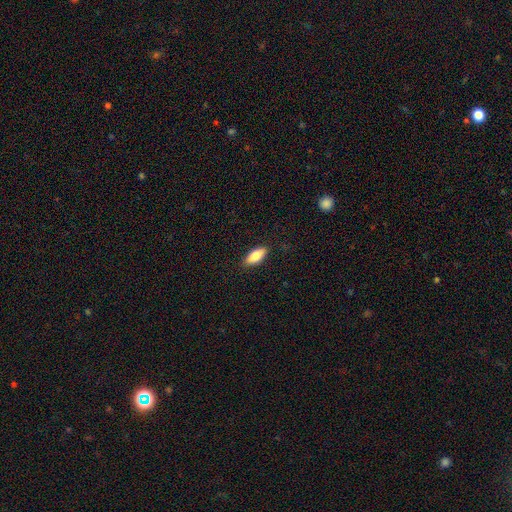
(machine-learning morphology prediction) A smooth galaxy with no disk features (78%) that is in between round and cigar-shaped (81%).

Vote fractions:
- Smooth or featured? smooth: 78% / featured or disk: 16% / star or artifact: 6%
- How rounded? in between: 81% / cigar-shaped: 17% / round: 2%
- Merging? none: 87% / minor disturbance: 10% / major disturbance: 2% / merger: 1%